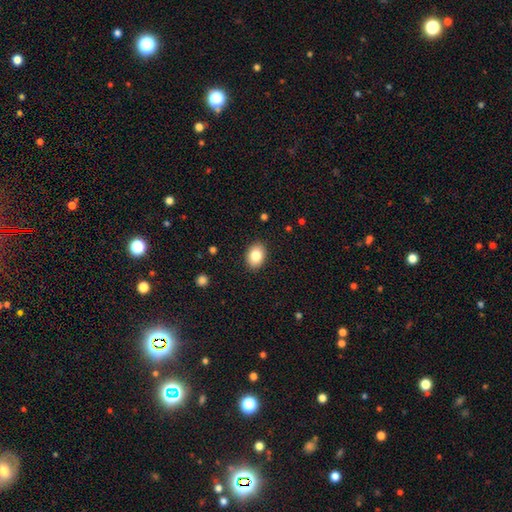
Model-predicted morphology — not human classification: smooth 84%, featured or disk 8%, star or artifact 8%. Down the decision tree: how rounded — in between (76%); merging — none (89%).